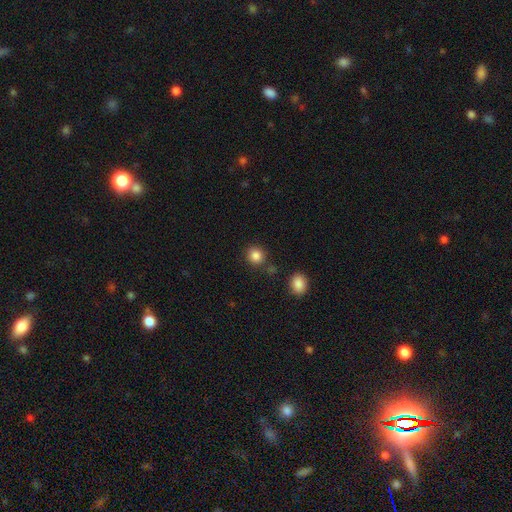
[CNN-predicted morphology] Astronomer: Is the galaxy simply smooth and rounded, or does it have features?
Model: smooth — 85%.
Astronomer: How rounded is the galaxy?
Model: round — 88%.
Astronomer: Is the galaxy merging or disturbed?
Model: none — 83%.